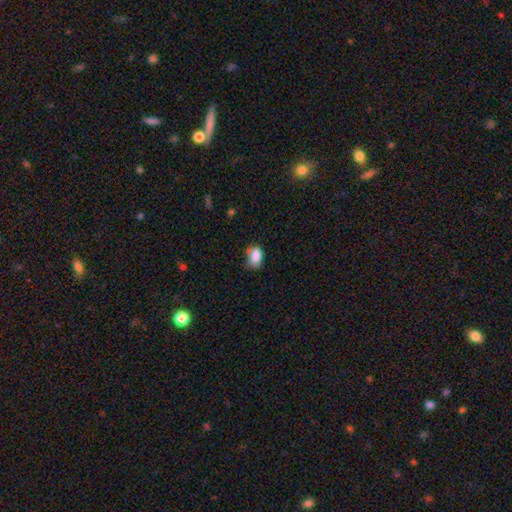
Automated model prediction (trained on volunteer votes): This is clearly a smooth galaxy (85%). How rounded: clearly in between (81%). Merging: likely none (62%).